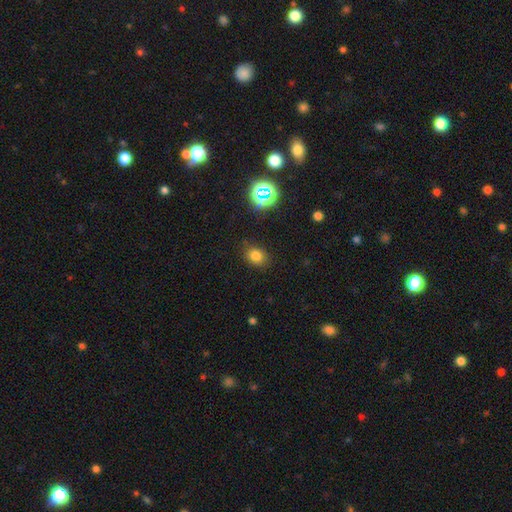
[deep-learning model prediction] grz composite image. It shows a smooth galaxy with no disk features (76%) that is in between round and cigar-shaped (52%). Merging: none (84%).